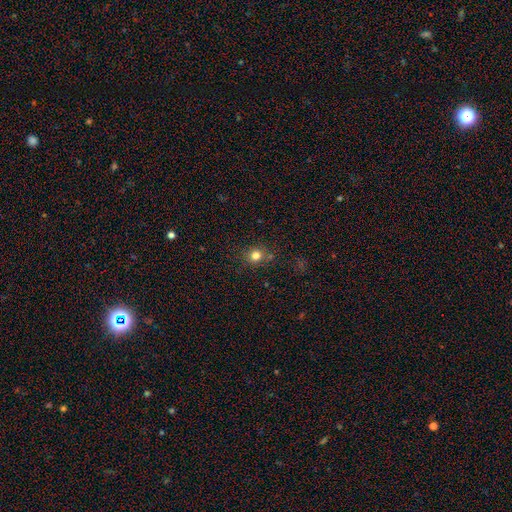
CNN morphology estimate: smooth-or-featured: smooth: 79% | star or artifact: 14% | featured or disk: 7%
  how-rounded: round: 82% | in between: 17% | cigar-shaped: 1%
  merging: none: 78% | minor disturbance: 12% | merger: 7% | major disturbance: 4%